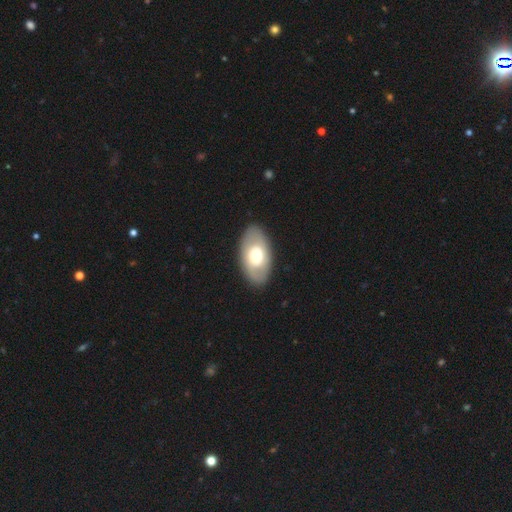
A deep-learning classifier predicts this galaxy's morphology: Smooth or featured? smooth (54%)
How rounded? in between (91%)
Merging? none (87%)